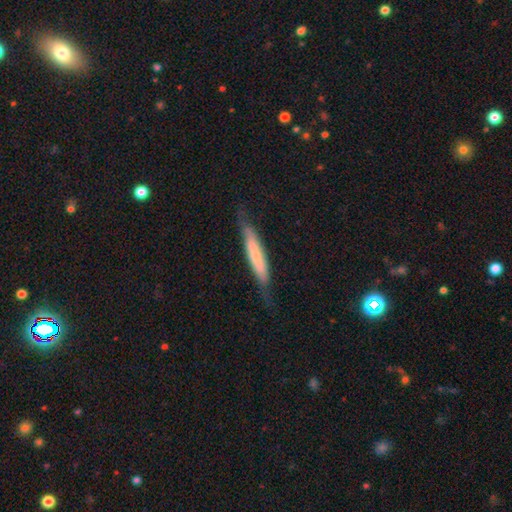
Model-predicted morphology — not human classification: This is possibly a smooth galaxy (53%). How rounded: clearly cigar-shaped (90%). Merging: likely none (71%).